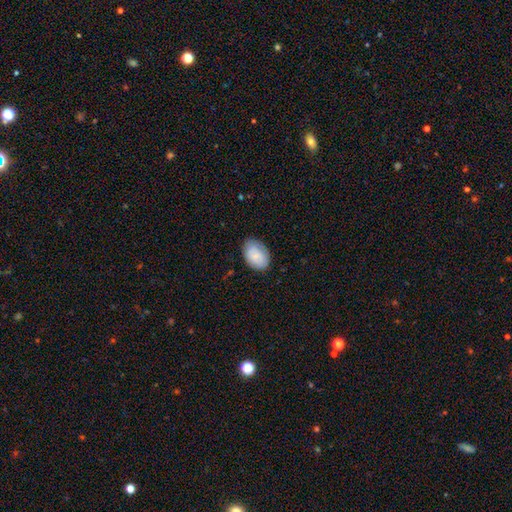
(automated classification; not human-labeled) Smooth or featured? Predicted: smooth (p=0.82). How rounded? Predicted: in between (p=0.86). Merging? Predicted: none (p=0.76).